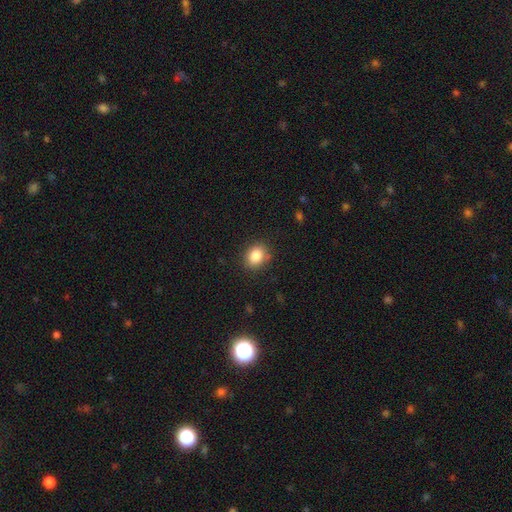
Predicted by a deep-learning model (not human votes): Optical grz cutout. It shows a smooth galaxy with no disk features (85%) that is round (54%). Merging: none (85%).